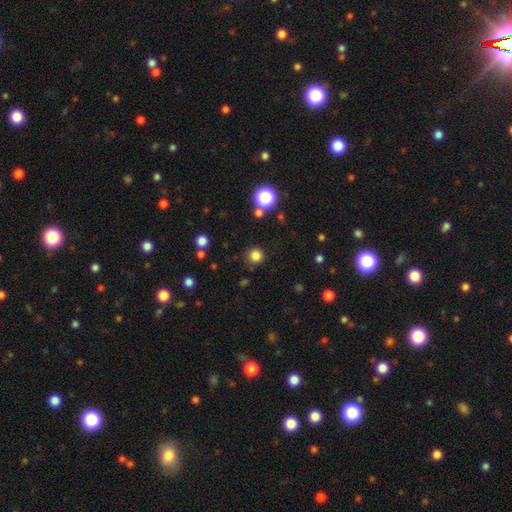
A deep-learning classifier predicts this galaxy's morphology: Overall: smooth (81%). How rounded: round (95%). Merging: none (89%).